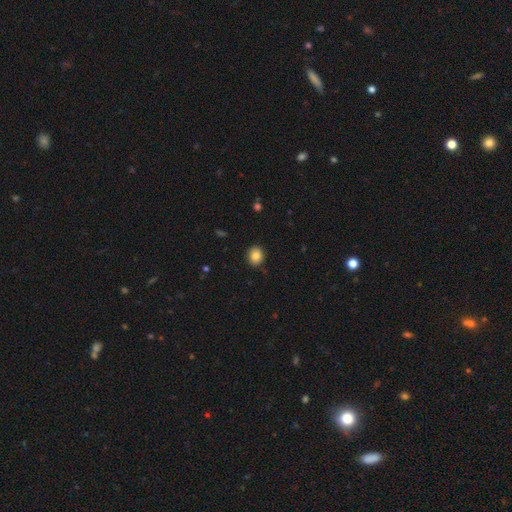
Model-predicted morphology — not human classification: This is clearly a smooth galaxy (84%). How rounded: likely round (77%). Merging: clearly none (89%).